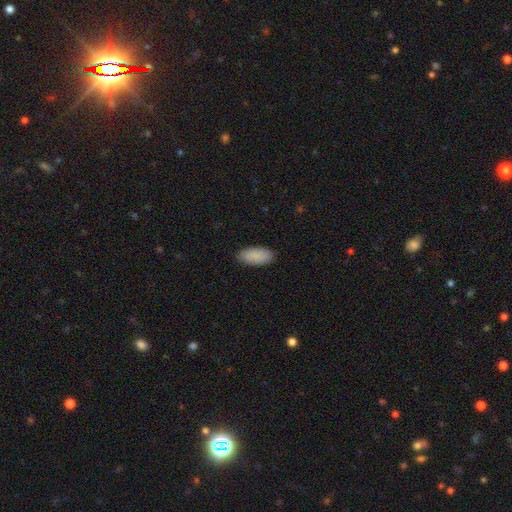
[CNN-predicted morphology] This appears to be a smooth galaxy with no disk features (88%) that is in between round and cigar-shaped (89%). Merging: none (87%).